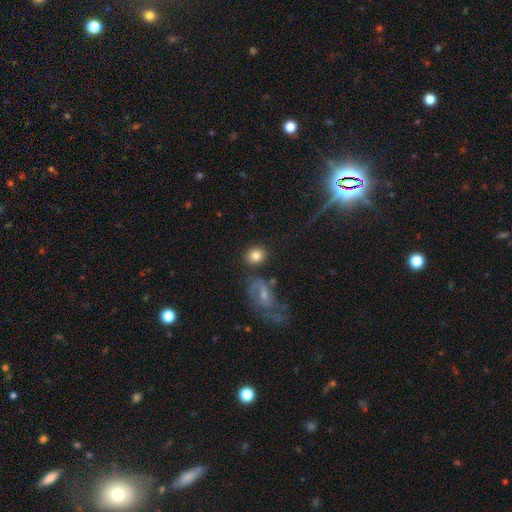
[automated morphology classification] Smooth or featured? Predicted: smooth (p=0.82). How rounded? Predicted: round (p=0.66). Merging? Predicted: none (p=0.74).